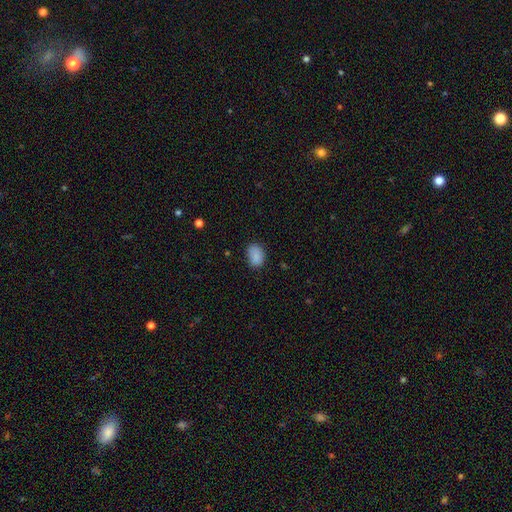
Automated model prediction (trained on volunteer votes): Overall: smooth (87%). How rounded: in between (80%). Merging: none (78%).